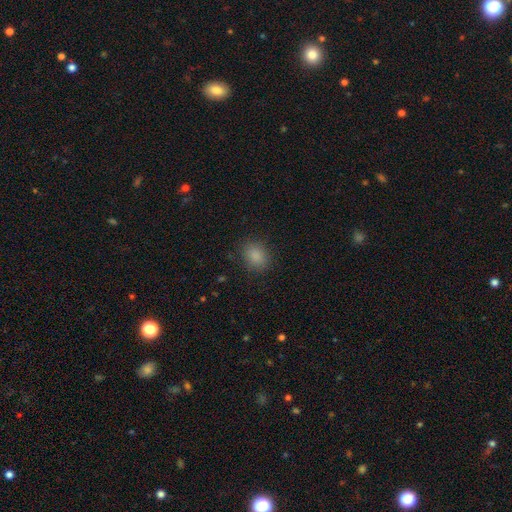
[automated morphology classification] Smooth or featured? Predicted: smooth (p=0.86). How rounded? Predicted: round (p=0.52). Merging? Predicted: none (p=0.85).